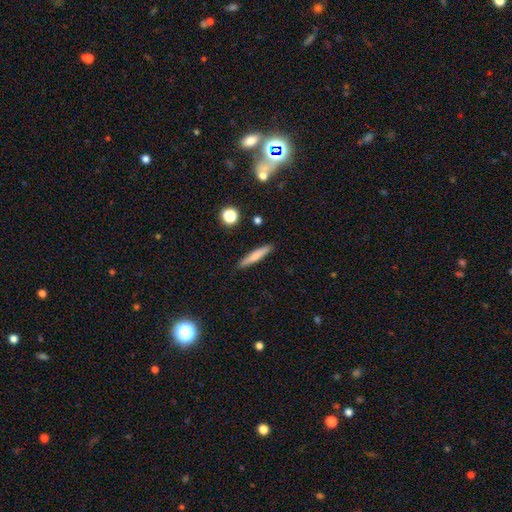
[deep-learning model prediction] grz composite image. It shows a smooth galaxy with no disk features (72%) that is cigar-shaped (90%). Merging: none (88%).